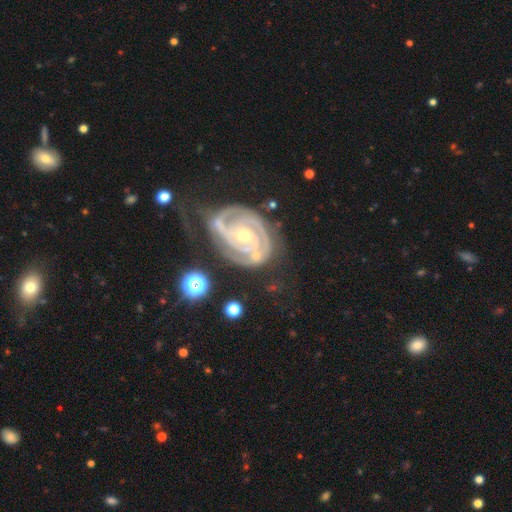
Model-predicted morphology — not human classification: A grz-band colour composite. It shows a featured or disk galaxy (86%) with no bar (55%), 2 (62%) tight (69%) spiral arms (95%) and a small central bulge (57%). Merging: none (56%).